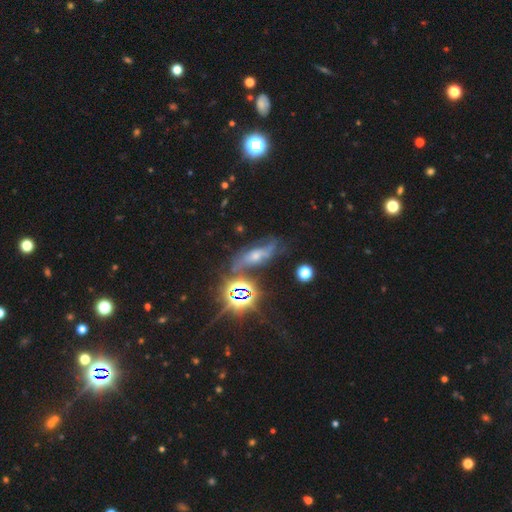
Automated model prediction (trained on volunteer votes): Overall: featured or disk (46%; star or artifact 36%). Merging: none (60%; minor disturbance 20%).